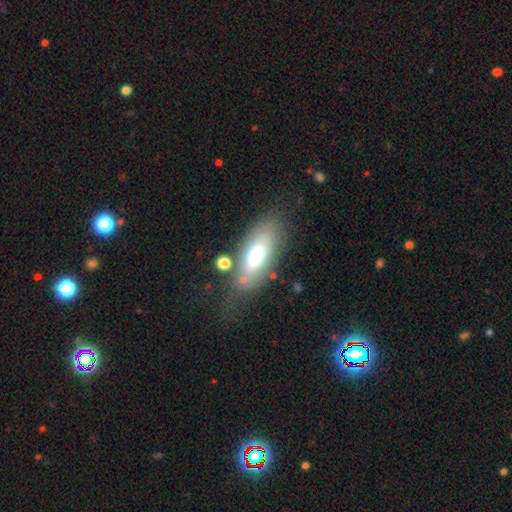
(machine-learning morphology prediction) A smooth galaxy with no disk features (65%) that is in between round and cigar-shaped (77%). Merging: none (62%).